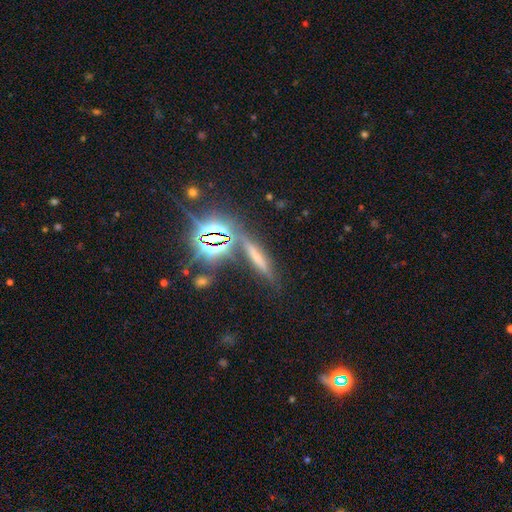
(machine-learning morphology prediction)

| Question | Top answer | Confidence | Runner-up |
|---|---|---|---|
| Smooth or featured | star or artifact | 45% | smooth (33%) |